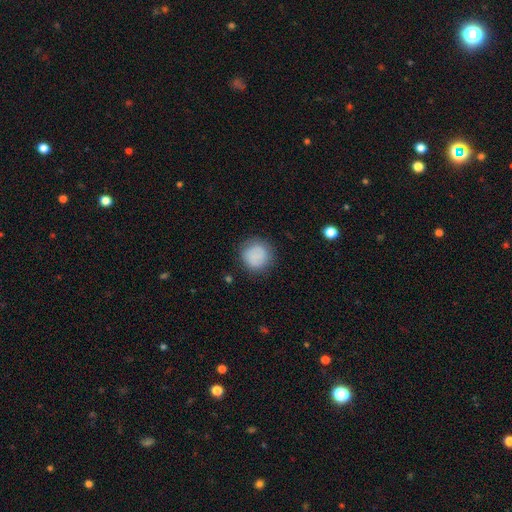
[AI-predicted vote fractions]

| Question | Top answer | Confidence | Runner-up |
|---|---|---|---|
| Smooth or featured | smooth | 84% | featured or disk (8%) |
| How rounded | round | 92% | in between (7%) |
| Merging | none | 83% | minor disturbance (11%) |